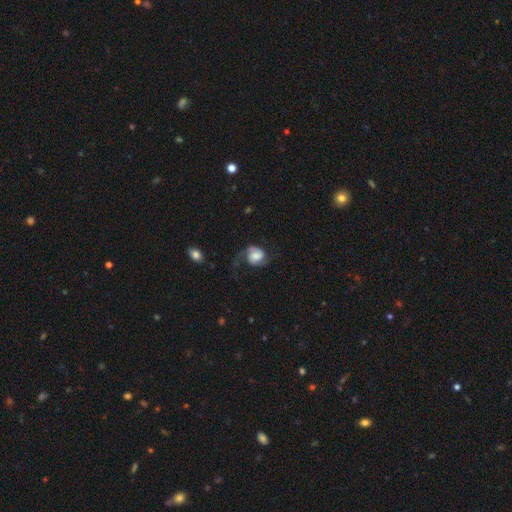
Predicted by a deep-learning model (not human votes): Smooth or featured? featured or disk (77%)
Edge-on disk? no (98%)
Bar? no (45%)
Spiral arms? yes (96%)
Spiral winding? medium (47%)
Spiral arm count? 2 (79%)
Bulge size? moderate (35%)
Merging? none (55%)